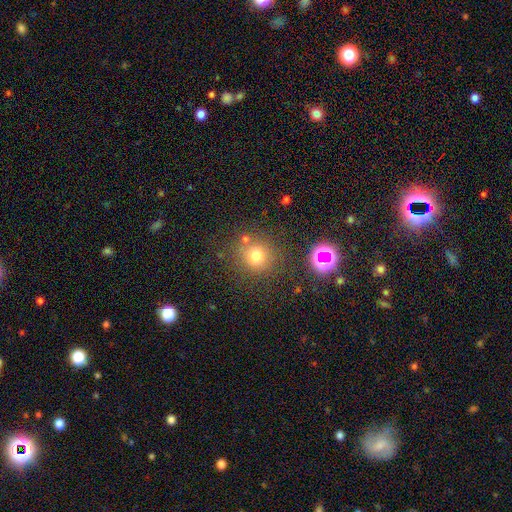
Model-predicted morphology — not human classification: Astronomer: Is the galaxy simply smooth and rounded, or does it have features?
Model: smooth — 73%.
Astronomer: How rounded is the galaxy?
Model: round — 89%.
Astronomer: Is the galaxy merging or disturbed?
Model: none — 78%.